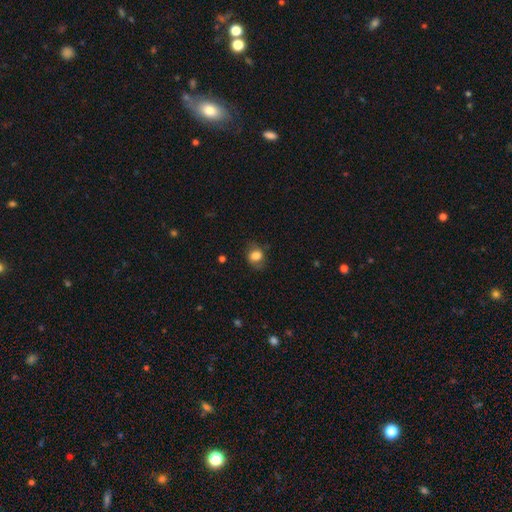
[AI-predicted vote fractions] Smooth or featured? smooth (78%)
How rounded? round (55%)
Merging? none (67%)